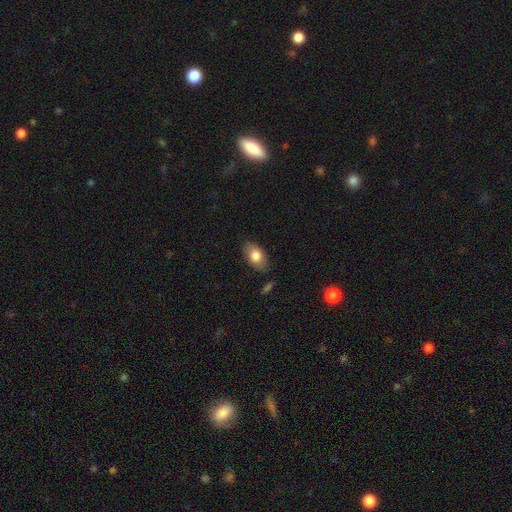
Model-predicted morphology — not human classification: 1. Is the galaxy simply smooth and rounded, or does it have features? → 79% smooth, 14% featured or disk, 7% star or artifact.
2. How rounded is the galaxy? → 91% in between, 7% round, 2% cigar-shaped.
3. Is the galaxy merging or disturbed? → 82% none, 13% minor disturbance, 3% major disturbance, 2% merger.